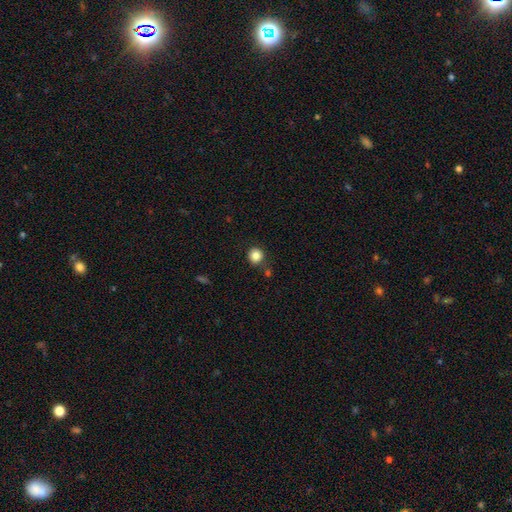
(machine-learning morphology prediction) This is clearly a smooth galaxy (85%). How rounded: clearly round (93%). Merging: clearly none (83%).